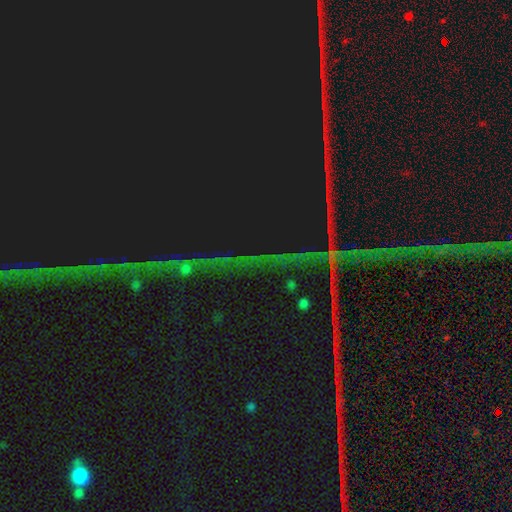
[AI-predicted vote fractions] star or artifact 82%, smooth 10%, featured or disk 8%.